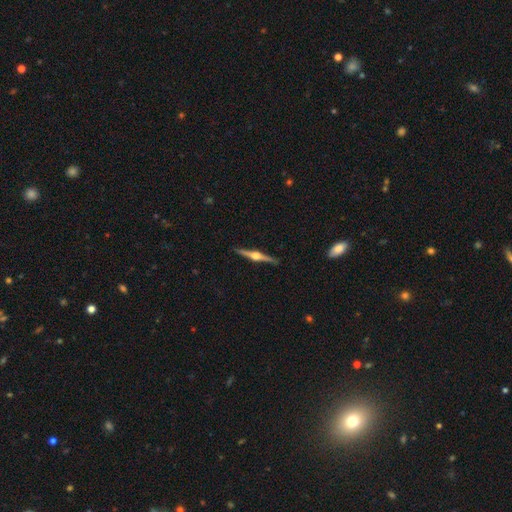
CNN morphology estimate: smooth_or_featured: featured or disk (p=0.84) [alt: smooth p=0.11]
disk_edge_on: yes (p=0.99) [alt: no p=0.01]
edge_on_bulge: rounded (p=0.95) [alt: boxy p=0.04]
merging: none (p=0.91) [alt: minor disturbance p=0.07]